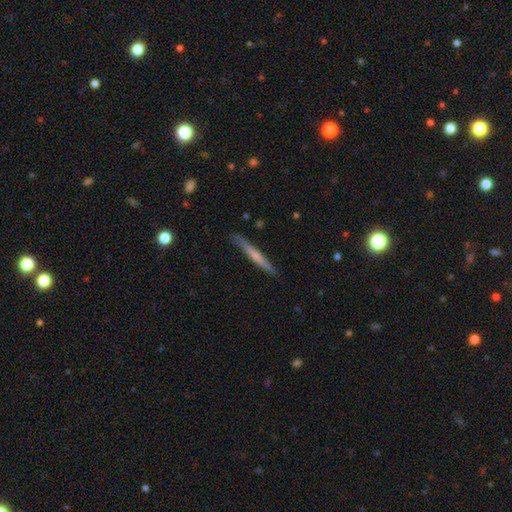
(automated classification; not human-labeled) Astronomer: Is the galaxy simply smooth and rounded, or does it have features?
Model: smooth — 53% (runner-up: featured or disk, 42%).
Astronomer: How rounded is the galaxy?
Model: cigar-shaped — 96%.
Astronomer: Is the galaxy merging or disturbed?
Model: none — 84%.